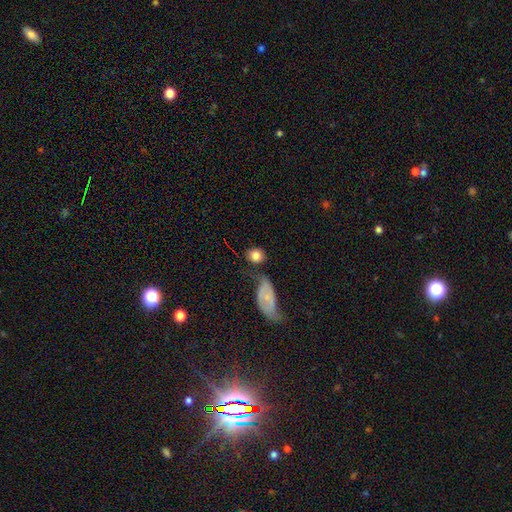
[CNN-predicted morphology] Q: Smooth or featured?
A: smooth (82%); runner-up: featured or disk (11%)
Q: How rounded?
A: round (70%); runner-up: in between (27%)
Q: Merging?
A: none (56%); runner-up: merger (19%)